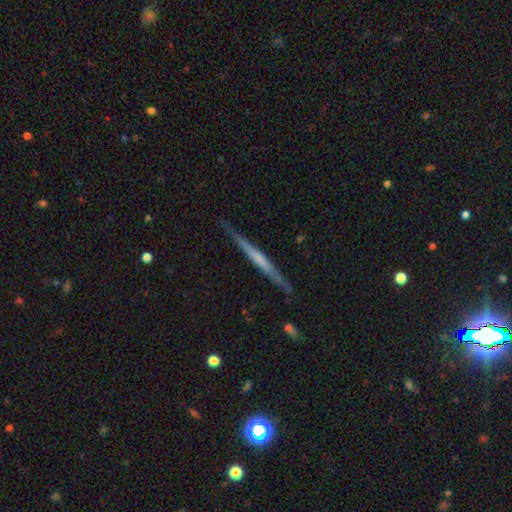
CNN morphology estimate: A featured or disk galaxy (65%) viewed edge-on (97%) with no central bulge (68%). Merging: none (86%).